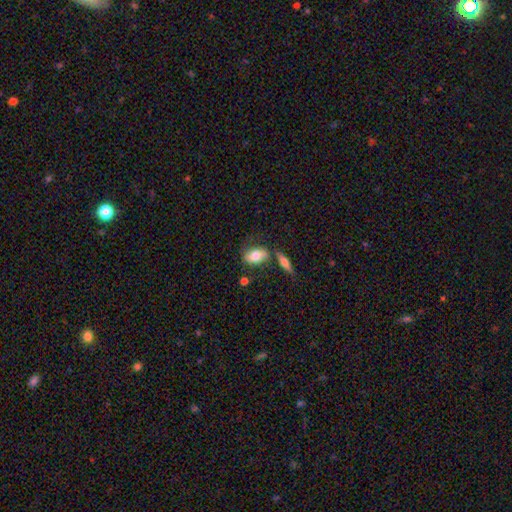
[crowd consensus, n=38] Overall: smooth (82%). How rounded: in between (77%). Merging: none (74%).